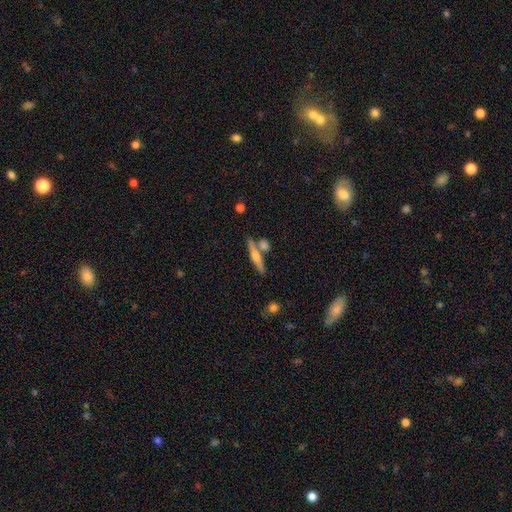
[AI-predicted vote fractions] Smooth or featured? featured or disk (55%)
Edge-on disk? yes (95%)
Edge-on bulge? rounded (83%)
Merging? none (68%)